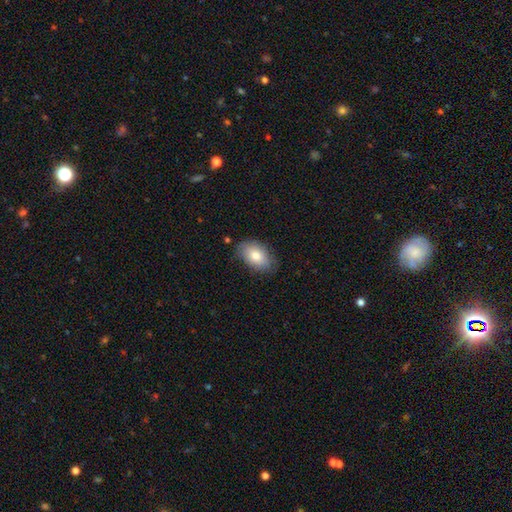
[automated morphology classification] Smooth or featured? smooth (80%)
How rounded? in between (88%)
Merging? none (78%)